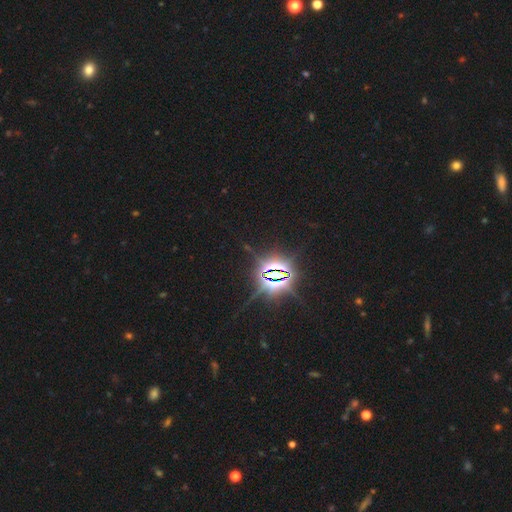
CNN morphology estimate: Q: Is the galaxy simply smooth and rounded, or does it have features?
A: star or artifact — 84%.